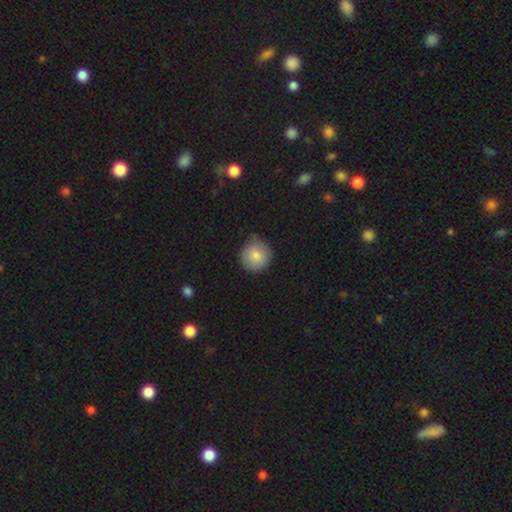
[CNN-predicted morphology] Overall: smooth (83%). How rounded: round (94%). Merging: none (73%).